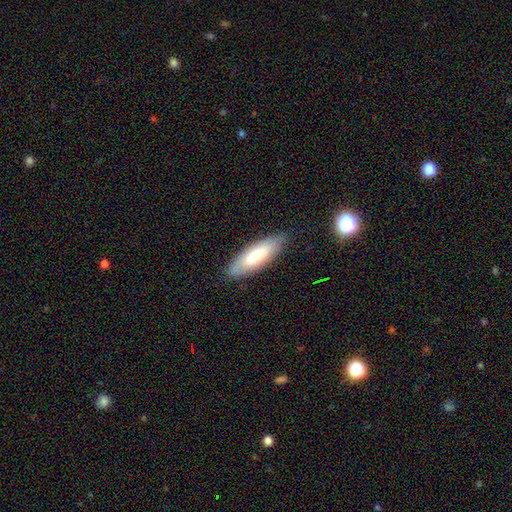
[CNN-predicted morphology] Smooth or featured?
  - smooth: 75% *
  - featured or disk: 19%
  - star or artifact: 6%
How rounded?
  - in between: 55% *
  - cigar-shaped: 44%
  - round: 1%
Merging?
  - none: 85% *
  - minor disturbance: 12%
  - major disturbance: 3%
  - merger: 1%